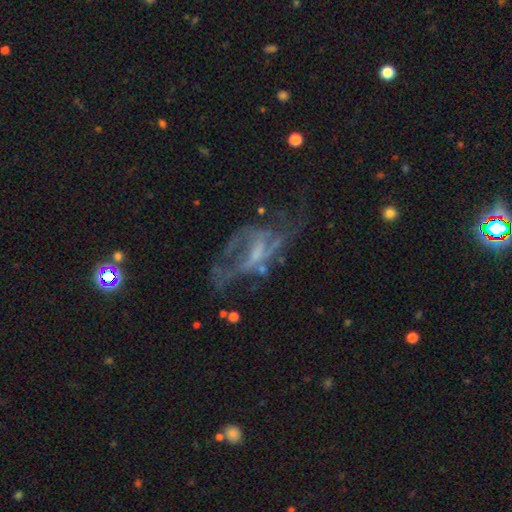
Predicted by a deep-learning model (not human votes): Smooth or featured? featured or disk (73%)
Edge-on disk? no (92%)
Bar? no (41%)
Spiral arms? yes (60%)
Bulge size? small (41%)
Merging? major disturbance (39%)